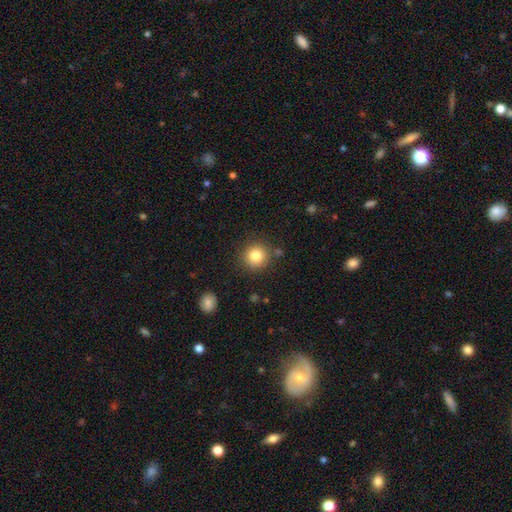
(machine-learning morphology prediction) Overall: smooth (83%). How rounded: round (93%). Merging: none (85%).